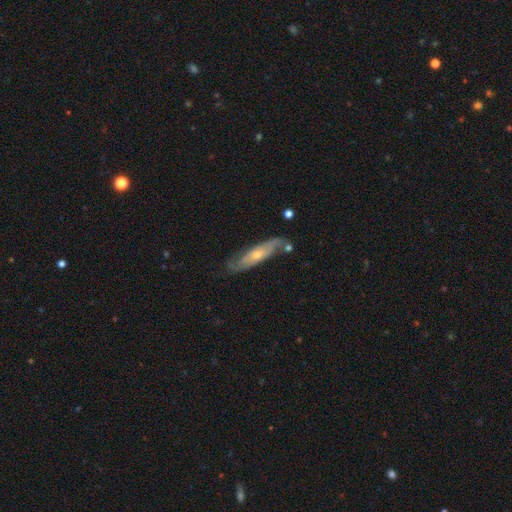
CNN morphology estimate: Overall: featured or disk (65%; smooth 26%). Edge-on disk: yes (58%; no 42%). Merging: none (75%).